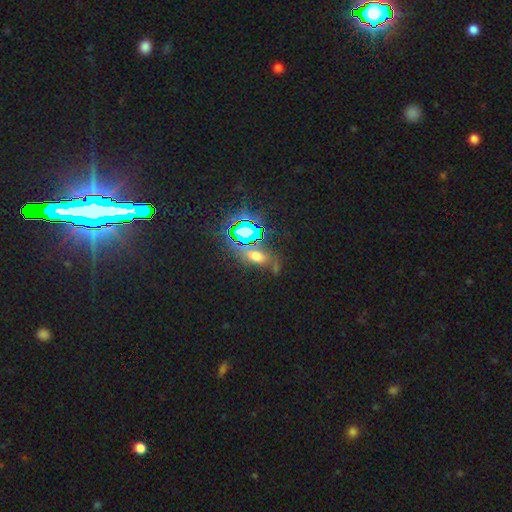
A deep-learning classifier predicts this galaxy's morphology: Smooth or featured?
  - star or artifact: 50% *
  - smooth: 35%
  - featured or disk: 16%